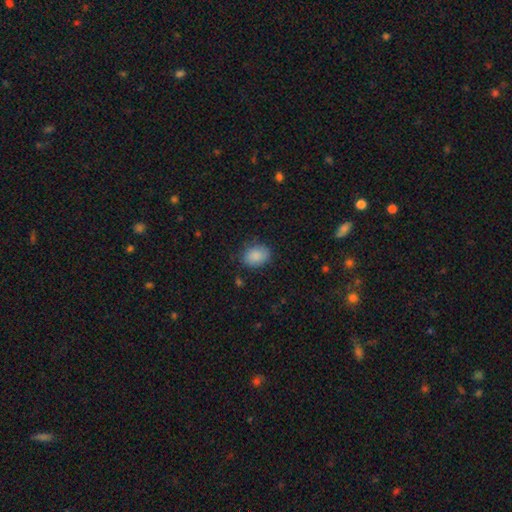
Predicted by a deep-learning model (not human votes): A smooth galaxy with no disk features (88%) that is in between round and cigar-shaped (65%). Merging: none (79%).